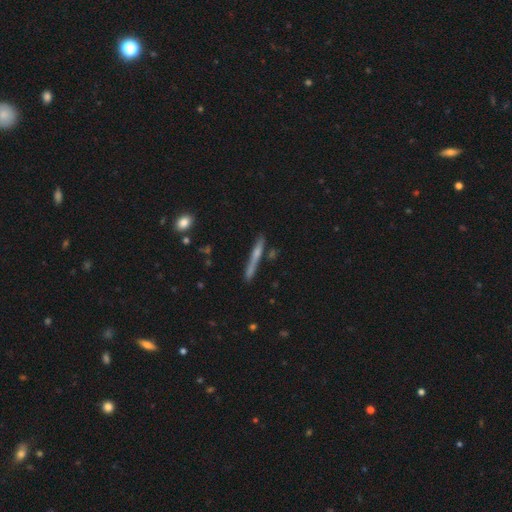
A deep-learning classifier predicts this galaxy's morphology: The model was most divided on "smooth or featured": featured or disk: 49%, smooth: 42%, star or artifact: 9%. More confident: merging — none (77%).